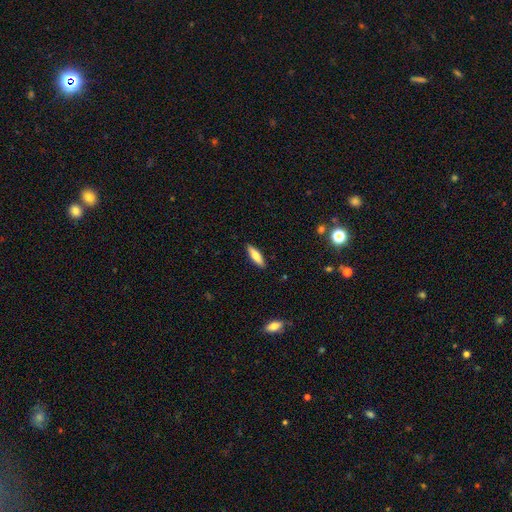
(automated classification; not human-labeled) Morphology: type=smooth (77%); roundness=cigar-shaped (64%); merging=none (89%).